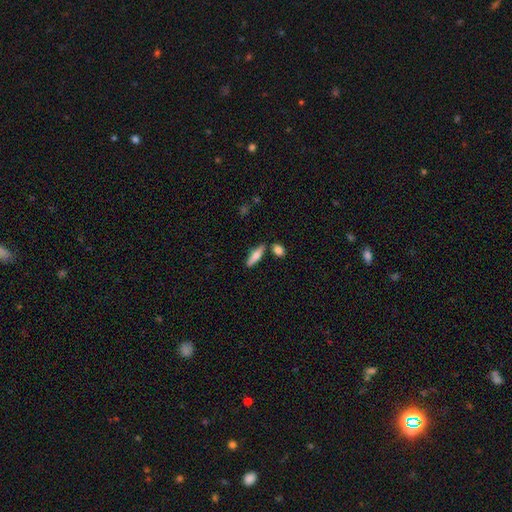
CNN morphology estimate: This appears to be a smooth galaxy with no disk features (71%) that is cigar-shaped (65%). Merging: none (75%).